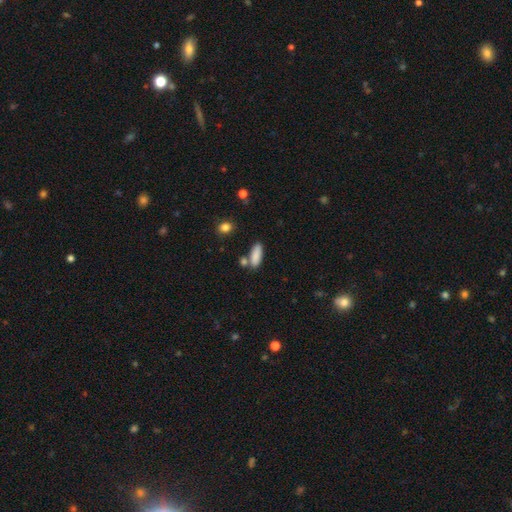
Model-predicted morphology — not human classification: type=smooth (87%); roundness=in between (66%); merging=none (70%).